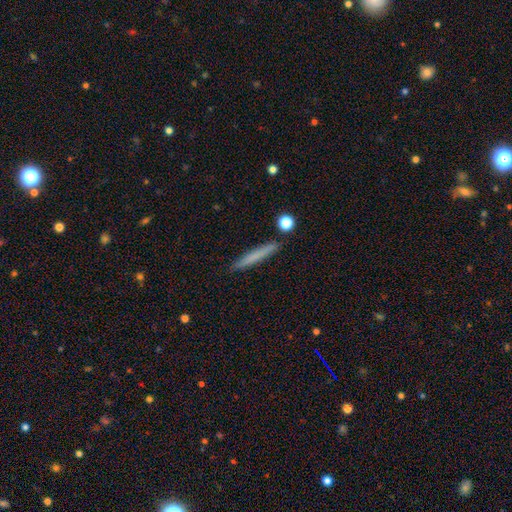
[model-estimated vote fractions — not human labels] This is likely a smooth galaxy (69%). How rounded: clearly cigar-shaped (95%). Merging: clearly none (89%).